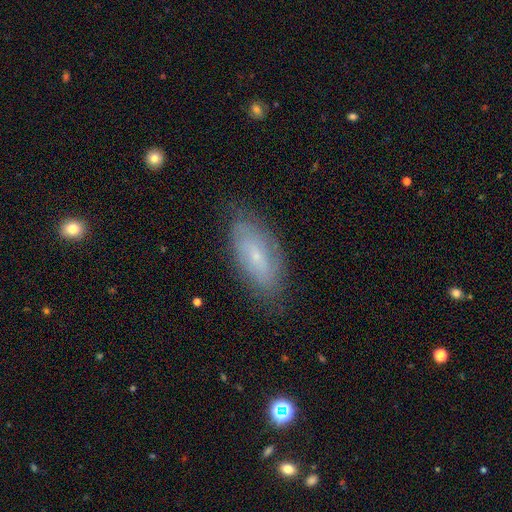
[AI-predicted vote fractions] smooth_or_featured: featured or disk (p=0.48) [alt: smooth p=0.43]
merging: none (p=0.75) [alt: minor disturbance p=0.19]